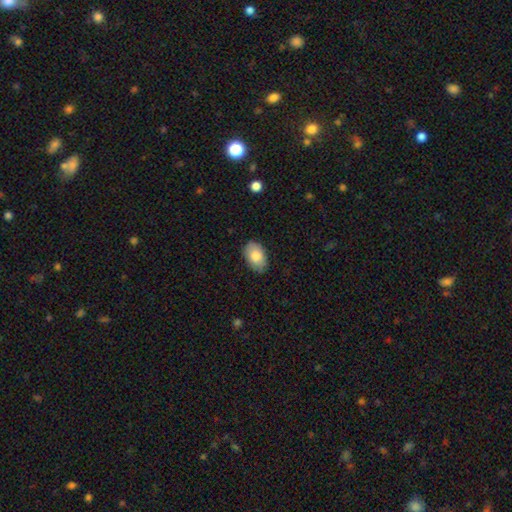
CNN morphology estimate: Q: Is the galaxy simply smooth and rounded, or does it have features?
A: smooth — 82%.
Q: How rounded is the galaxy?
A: in between — 91%.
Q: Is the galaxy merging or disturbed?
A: none — 84%.